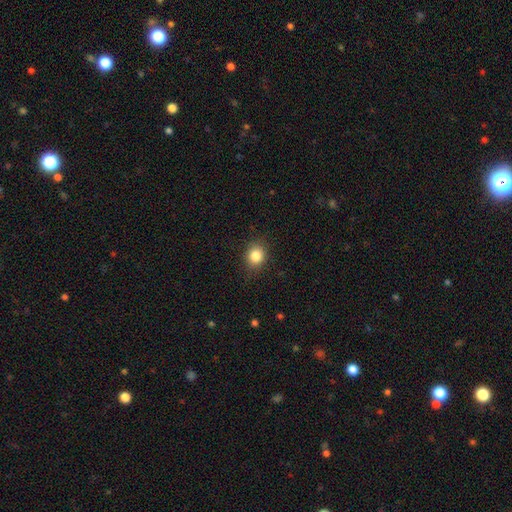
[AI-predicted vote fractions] Smooth or featured?
  - smooth: 84% *
  - star or artifact: 11%
  - featured or disk: 6%
How rounded?
  - round: 69% *
  - in between: 30%
  - cigar-shaped: 1%
Merging?
  - none: 83% *
  - minor disturbance: 13%
  - major disturbance: 3%
  - merger: 1%